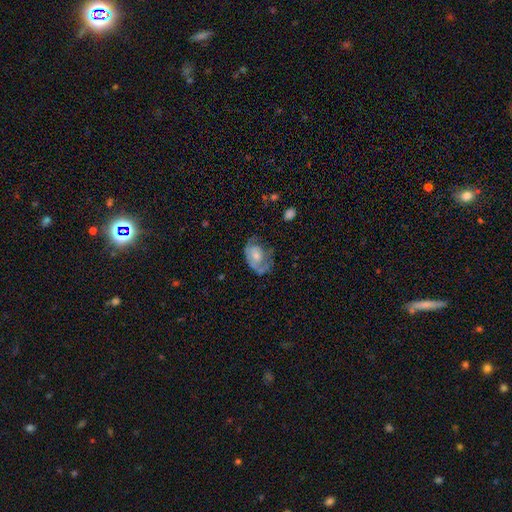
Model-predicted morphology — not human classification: Smooth or featured? featured or disk (54%)
Edge-on disk? no (95%)
Bar? no (80%)
Spiral arms? yes (55%)
Bulge size? moderate (50%)
Merging? none (39%)